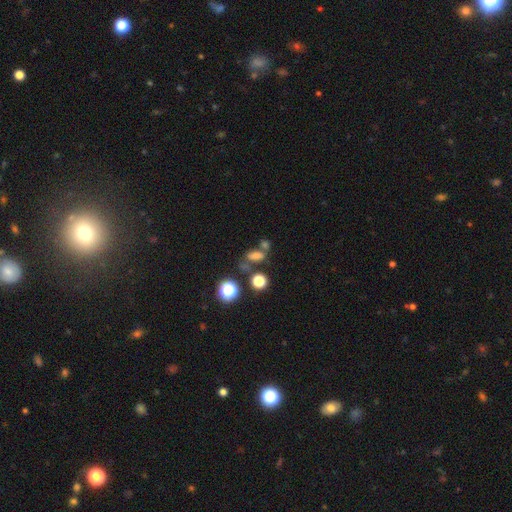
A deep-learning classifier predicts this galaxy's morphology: Smooth or featured?
  - smooth: 63% *
  - star or artifact: 24%
  - featured or disk: 13%
How rounded?
  - in between: 69% *
  - round: 22%
  - cigar-shaped: 9%
Merging?
  - none: 48% *
  - merger: 26%
  - minor disturbance: 15%
  - major disturbance: 11%